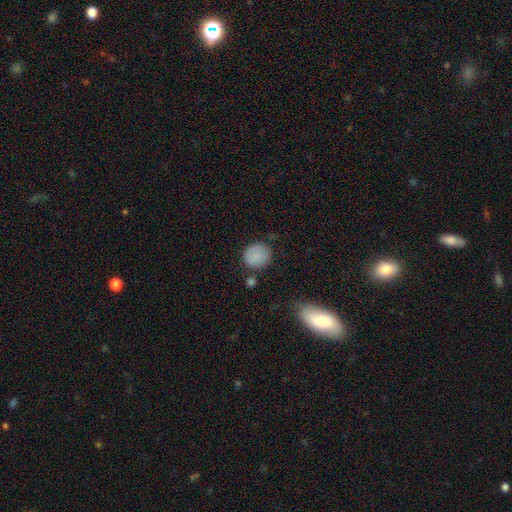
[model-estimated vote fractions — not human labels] smooth_or_featured: smooth (p=0.86) [alt: star or artifact p=0.08]
how_rounded: round (p=0.78) [alt: in between p=0.21]
merging: none (p=0.76) [alt: minor disturbance p=0.15]